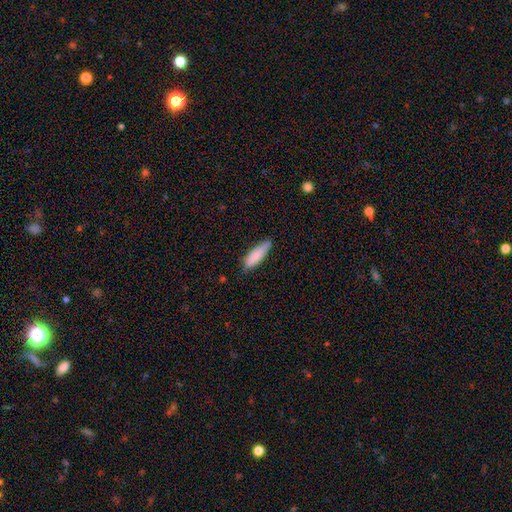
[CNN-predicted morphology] Smooth or featured? smooth (84%)
How rounded? cigar-shaped (60%)
Merging? none (74%)